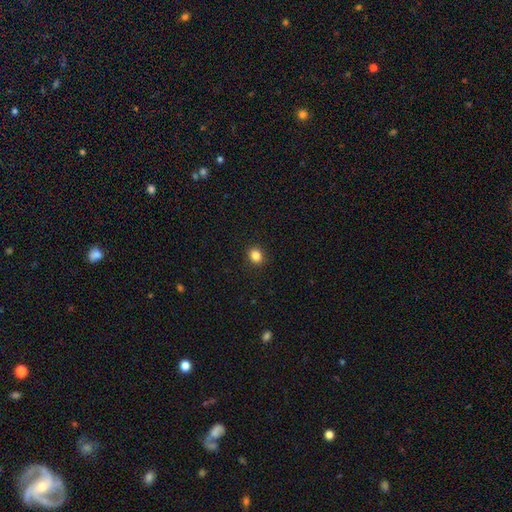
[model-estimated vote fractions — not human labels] Overall: smooth (85%). How rounded: round (68%; in between 31%). Merging: none (91%).